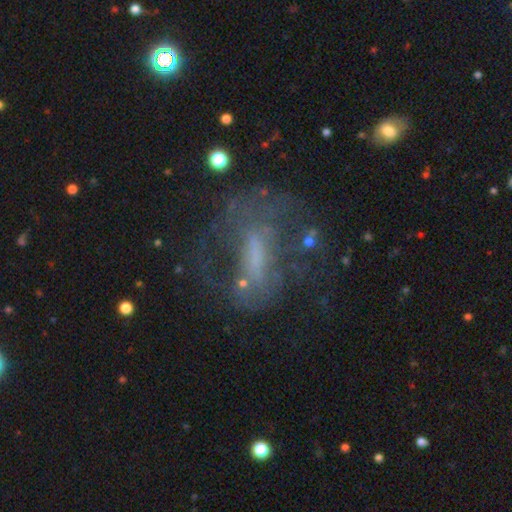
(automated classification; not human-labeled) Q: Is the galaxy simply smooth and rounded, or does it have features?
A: featured or disk — 63%.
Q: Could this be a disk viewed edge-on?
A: no — 91%.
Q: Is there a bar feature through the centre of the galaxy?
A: strong — 36%.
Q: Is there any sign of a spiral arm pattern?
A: yes — 55%.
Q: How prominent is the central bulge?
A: none — 41%.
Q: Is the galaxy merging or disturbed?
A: none — 49%.